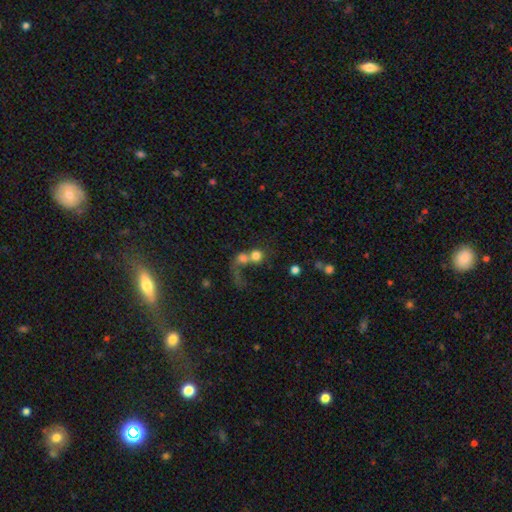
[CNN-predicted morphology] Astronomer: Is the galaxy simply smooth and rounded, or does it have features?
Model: smooth — 65%.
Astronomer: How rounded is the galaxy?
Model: round — 77%.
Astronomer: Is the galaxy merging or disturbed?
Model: merger — 64%.